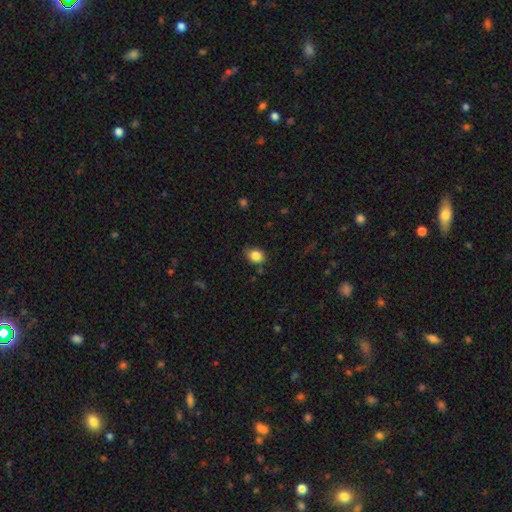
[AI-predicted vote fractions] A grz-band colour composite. It shows a smooth galaxy with no disk features (85%) that is round (54%). Merging: none (70%).